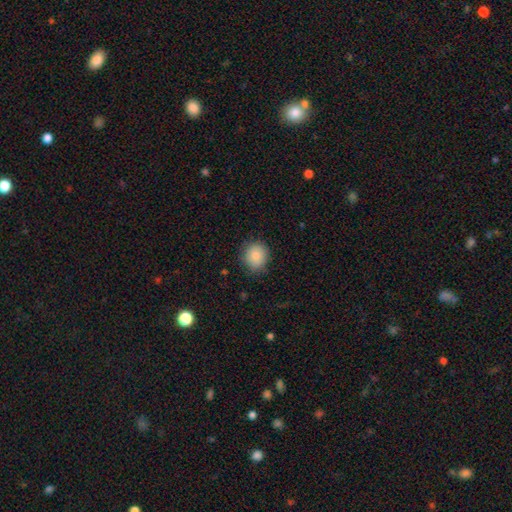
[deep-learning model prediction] Overall: smooth (86%). How rounded: round (82%). Merging: none (82%).